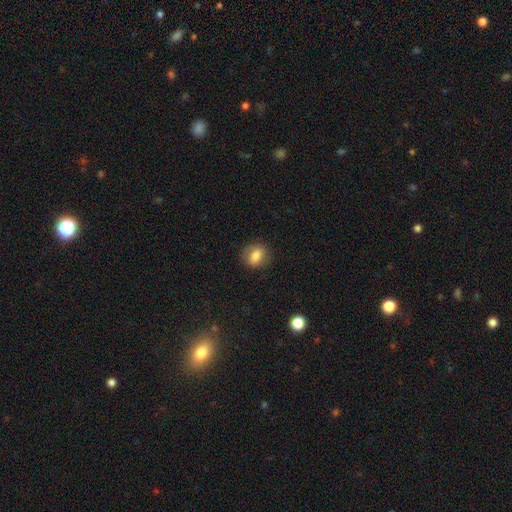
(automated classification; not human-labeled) A smooth galaxy with no disk features (78%) that is round (50%).

Vote fractions:
- Smooth or featured? smooth: 78% / featured or disk: 12% / star or artifact: 9%
- How rounded? round: 50% / in between: 48% / cigar-shaped: 2%
- Merging? none: 82% / minor disturbance: 13% / major disturbance: 4% / merger: 1%